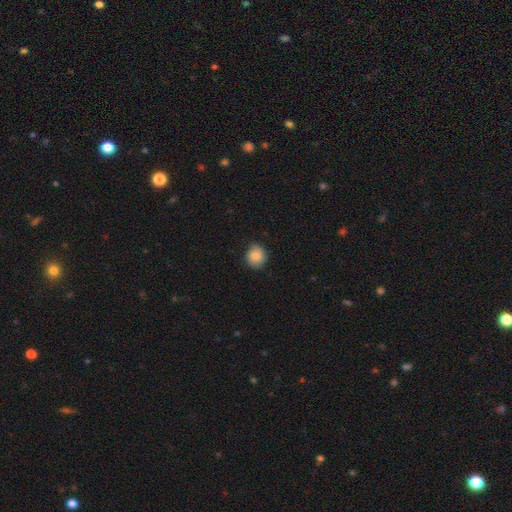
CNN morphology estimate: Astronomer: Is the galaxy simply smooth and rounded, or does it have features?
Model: smooth — 85%.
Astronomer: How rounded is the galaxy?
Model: round — 82%.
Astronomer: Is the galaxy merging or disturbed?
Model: none — 82%.